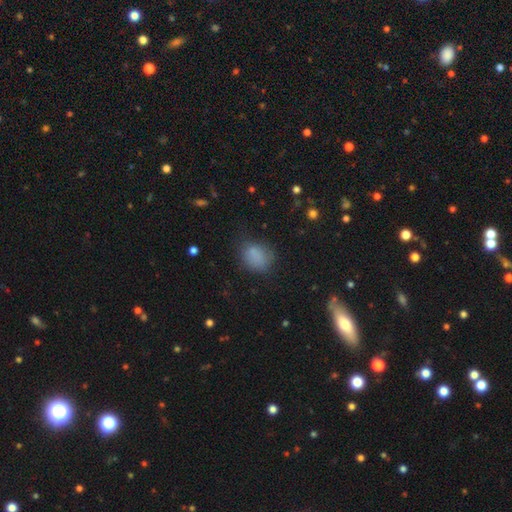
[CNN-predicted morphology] This appears to be a smooth galaxy with no disk features (81%) that is in between round and cigar-shaped (50%). Merging: none (64%).